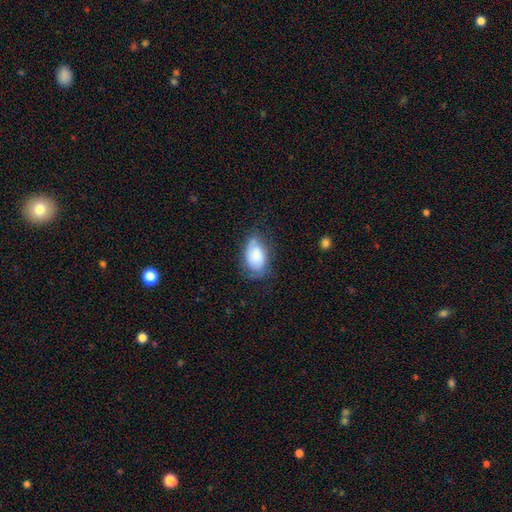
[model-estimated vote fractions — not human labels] smooth 72%, featured or disk 20%, star or artifact 8%. Down the decision tree: how rounded — in between (92%); merging — none (59%).